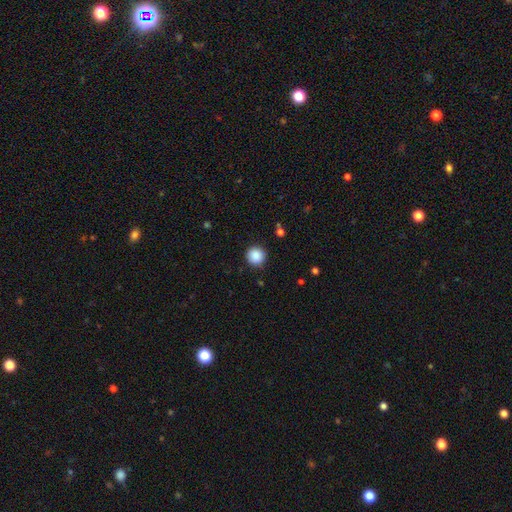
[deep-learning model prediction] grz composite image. It shows a smooth galaxy with no disk features (87%) that is round (95%). Merging: none (90%).